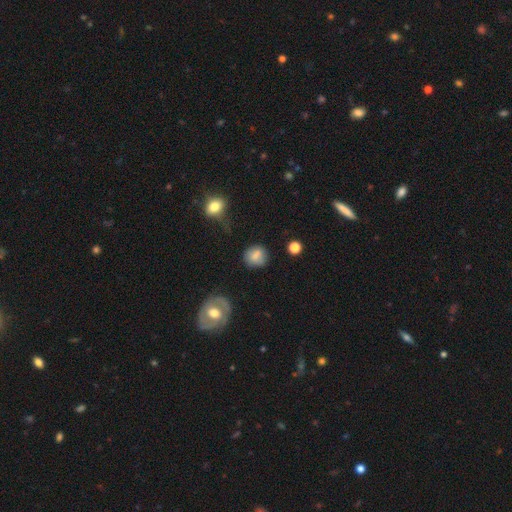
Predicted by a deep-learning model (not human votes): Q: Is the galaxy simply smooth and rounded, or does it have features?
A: smooth — 78%.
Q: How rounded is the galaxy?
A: round — 78%.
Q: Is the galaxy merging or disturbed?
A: none — 72%.